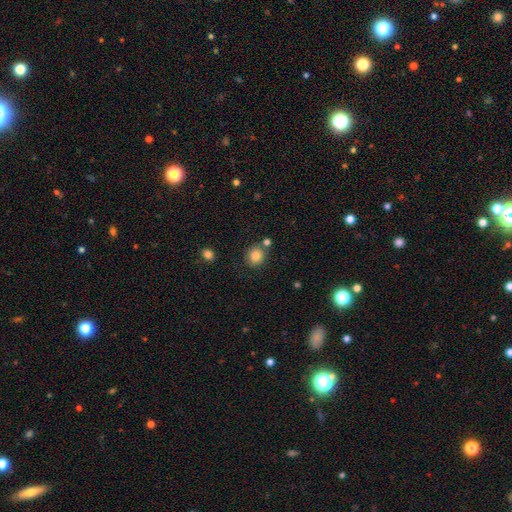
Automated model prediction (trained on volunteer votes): smooth-or-featured: smooth: 83% | star or artifact: 10% | featured or disk: 6%
  how-rounded: round: 85% | in between: 14% | cigar-shaped: 1%
  merging: none: 76% | merger: 11% | minor disturbance: 10% | major disturbance: 3%